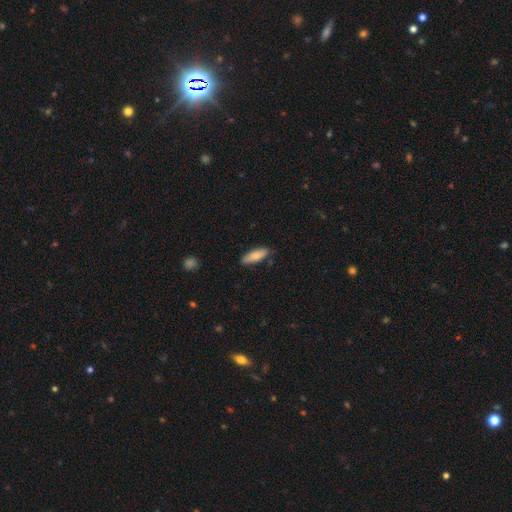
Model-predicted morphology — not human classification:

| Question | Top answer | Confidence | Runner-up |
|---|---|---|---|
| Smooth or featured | smooth | 80% | featured or disk (14%) |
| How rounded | in between | 53% | cigar-shaped (45%) |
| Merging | none | 82% | minor disturbance (14%) |